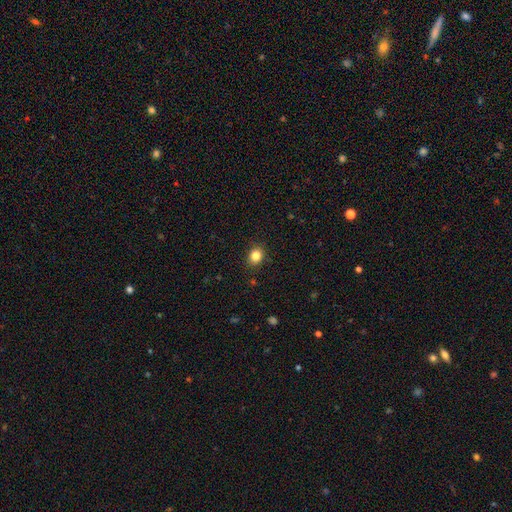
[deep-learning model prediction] Overall: smooth (84%). How rounded: round (57%; in between 42%). Merging: none (89%).